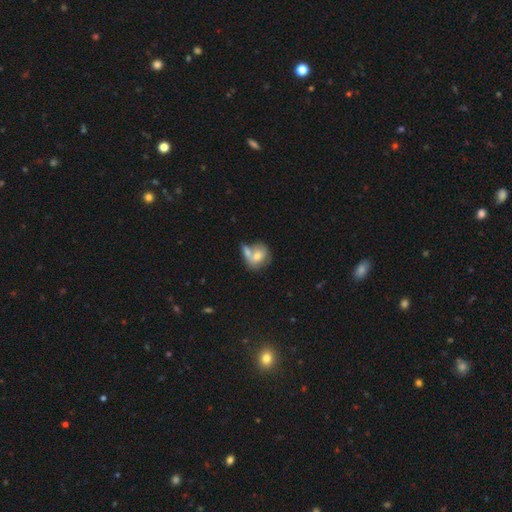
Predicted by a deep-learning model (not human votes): smooth-or-featured: smooth: 64% | featured or disk: 28% | star or artifact: 8%
  how-rounded: round: 53% | in between: 45% | cigar-shaped: 2%
  merging: merger: 52% | none: 29% | minor disturbance: 12% | major disturbance: 7%